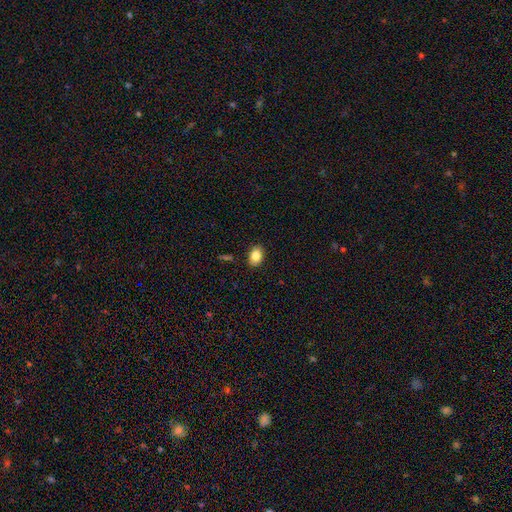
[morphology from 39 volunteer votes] smooth 90%, star or artifact 8%, featured or disk 3%. Down the decision tree: how rounded — in between (69%); merging — none (89%).